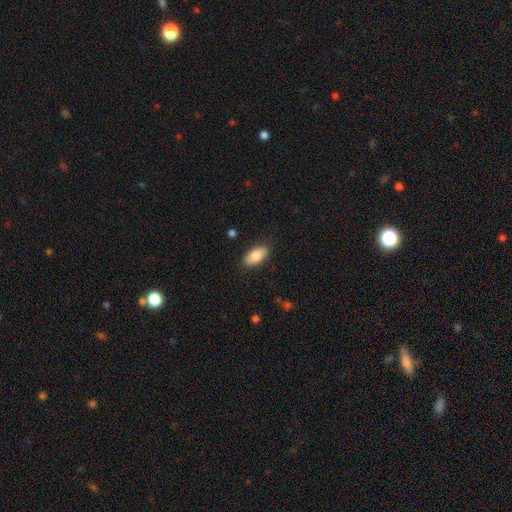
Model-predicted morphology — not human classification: smooth_or_featured: smooth (p=0.80) [alt: featured or disk p=0.13]
how_rounded: in between (p=0.92) [alt: cigar-shaped p=0.05]
merging: none (p=0.86) [alt: minor disturbance p=0.11]